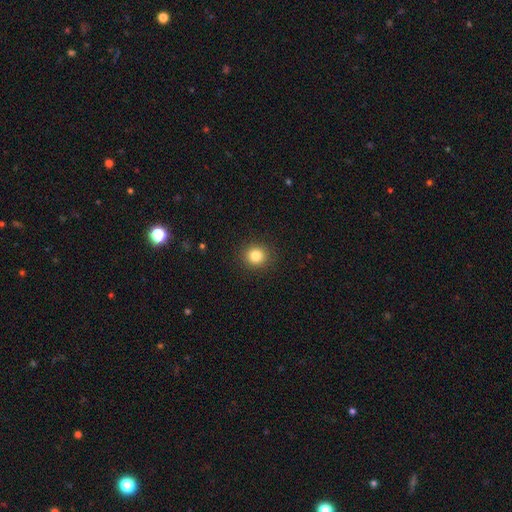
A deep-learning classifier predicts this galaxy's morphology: The model was most divided on "smooth or featured": smooth: 83%, star or artifact: 11%, featured or disk: 6%. More confident: merging — none (91%); how rounded — round (88%).